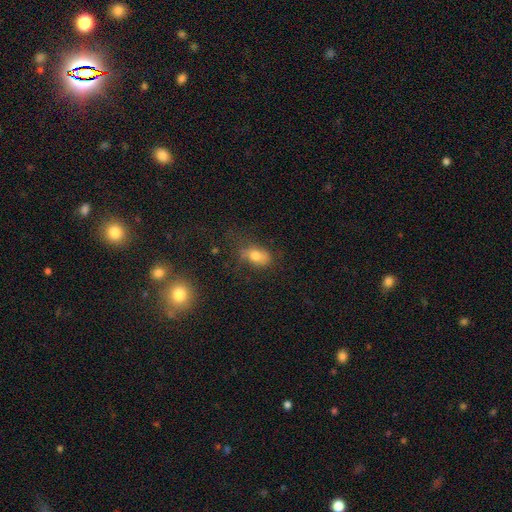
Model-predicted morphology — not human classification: A smooth galaxy with no disk features (68%) that is in between round and cigar-shaped (82%). Merging: none (54%).